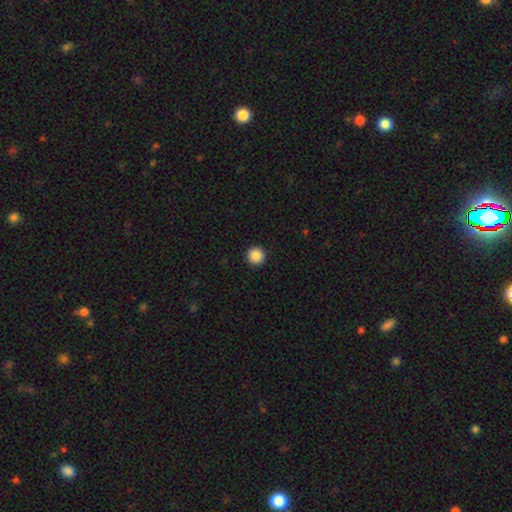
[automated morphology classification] type=smooth (88%); roundness=round (97%); merging=none (94%).